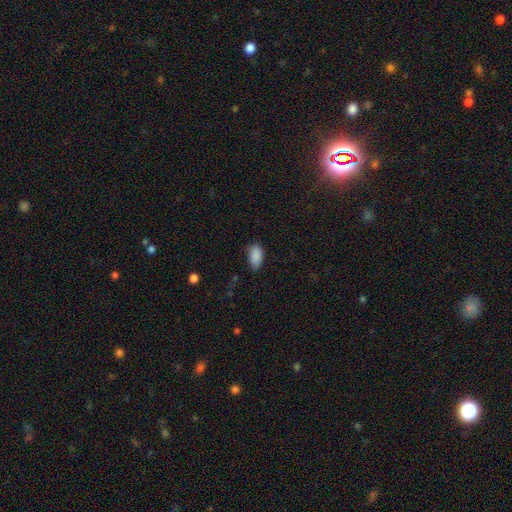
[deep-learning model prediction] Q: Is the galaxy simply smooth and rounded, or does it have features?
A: smooth — 89%.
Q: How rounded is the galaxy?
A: in between — 93%.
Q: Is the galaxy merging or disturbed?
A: none — 73%.